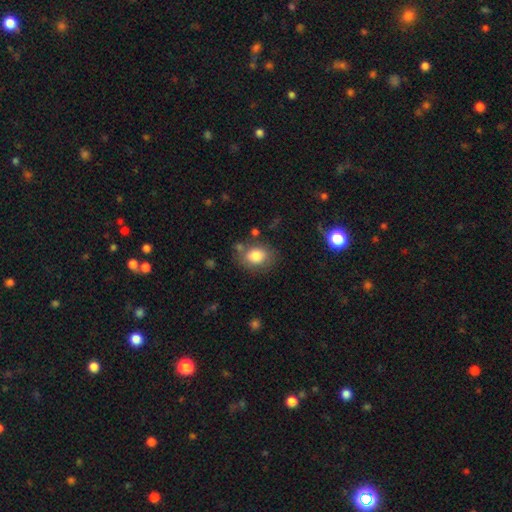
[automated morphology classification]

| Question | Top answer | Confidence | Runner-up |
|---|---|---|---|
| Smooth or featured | smooth | 82% | star or artifact (9%) |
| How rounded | in between | 59% | round (40%) |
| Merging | none | 74% | minor disturbance (16%) |